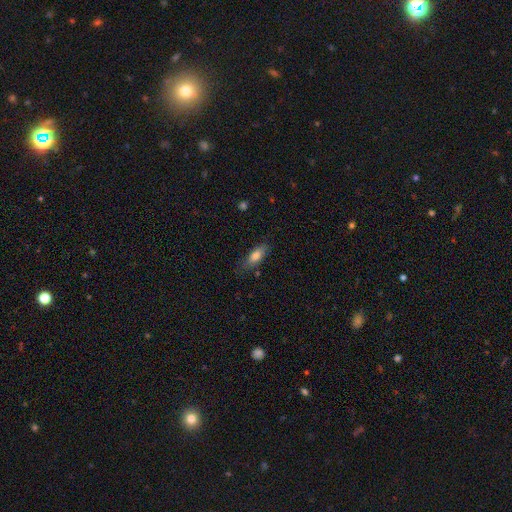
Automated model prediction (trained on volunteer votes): smooth-or-featured: smooth: 79% | featured or disk: 14% | star or artifact: 7%
  how-rounded: in between: 73% | cigar-shaped: 25% | round: 2%
  merging: none: 73% | minor disturbance: 20% | major disturbance: 5% | merger: 2%